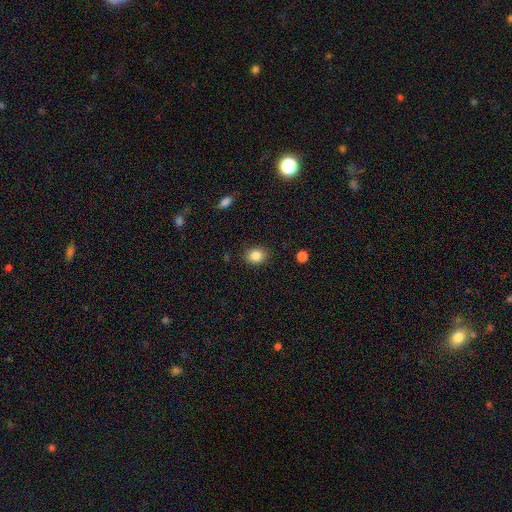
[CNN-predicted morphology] A smooth galaxy with no disk features (85%) that is round (62%). Merging: none (87%).